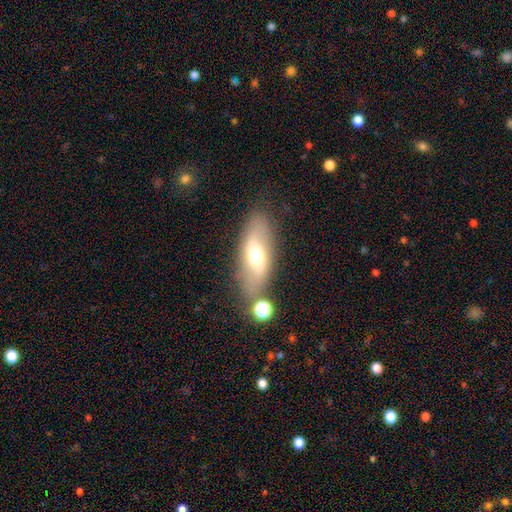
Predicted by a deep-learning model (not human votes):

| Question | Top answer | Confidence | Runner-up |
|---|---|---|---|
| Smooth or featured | smooth | 47% | featured or disk (45%) |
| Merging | none | 74% | minor disturbance (15%) |